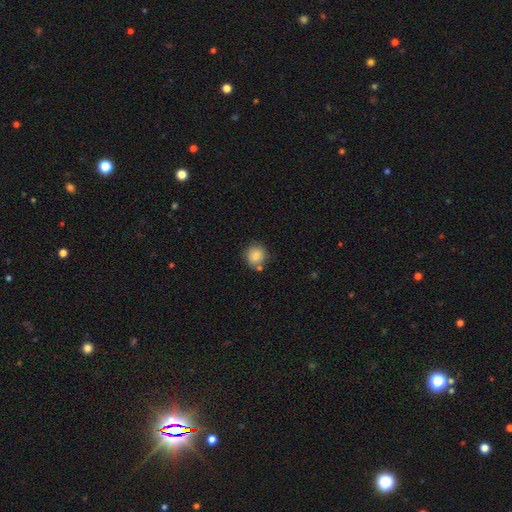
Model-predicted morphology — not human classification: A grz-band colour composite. It shows a smooth galaxy with no disk features (82%) that is round (86%). Merging: none (70%).